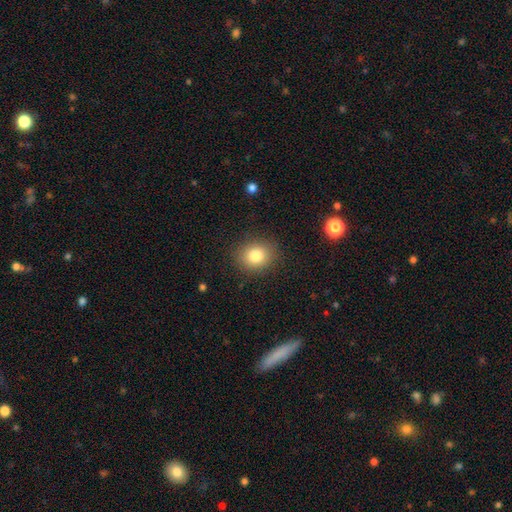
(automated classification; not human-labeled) Smooth or featured?
  - smooth: 81% *
  - star or artifact: 11%
  - featured or disk: 8%
How rounded?
  - round: 69% *
  - in between: 30%
  - cigar-shaped: 1%
Merging?
  - none: 88% *
  - minor disturbance: 8%
  - major disturbance: 3%
  - merger: 1%